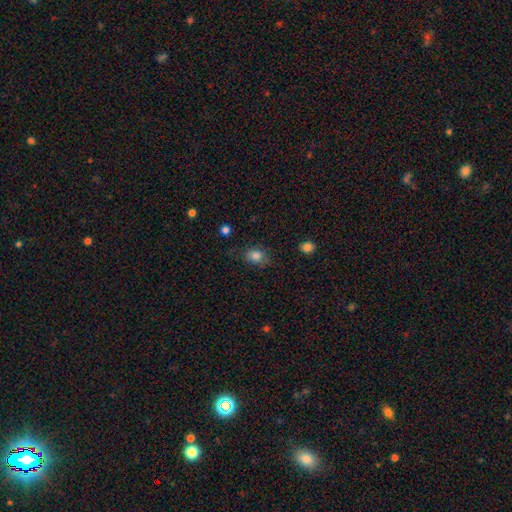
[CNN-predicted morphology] Smooth or featured?
  - smooth: 82% *
  - star or artifact: 11%
  - featured or disk: 7%
How rounded?
  - in between: 59% *
  - round: 40%
  - cigar-shaped: 1%
Merging?
  - none: 71% *
  - minor disturbance: 21%
  - major disturbance: 6%
  - merger: 2%